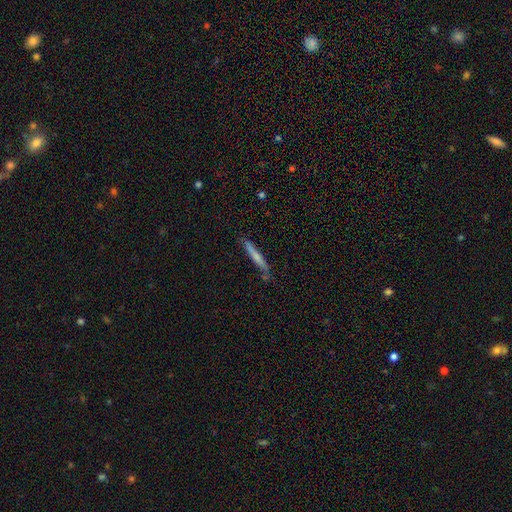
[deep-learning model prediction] This is possibly a smooth galaxy (57%). How rounded: clearly cigar-shaped (95%). Merging: likely none (78%).